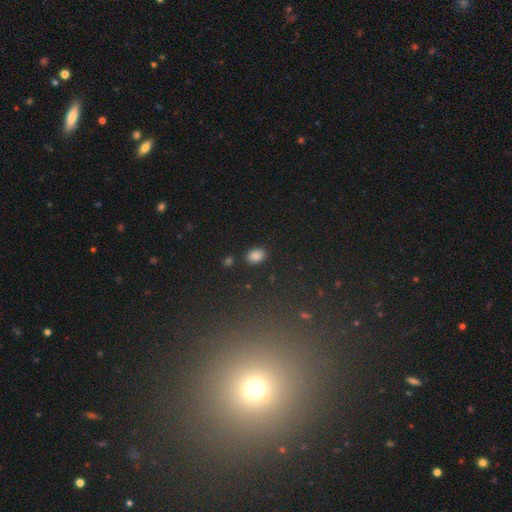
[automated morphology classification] Smooth or featured: smooth — 85% (star or artifact — 10%)
How rounded: in between — 78% (round — 21%)
Merging: none — 86% (minor disturbance — 9%)